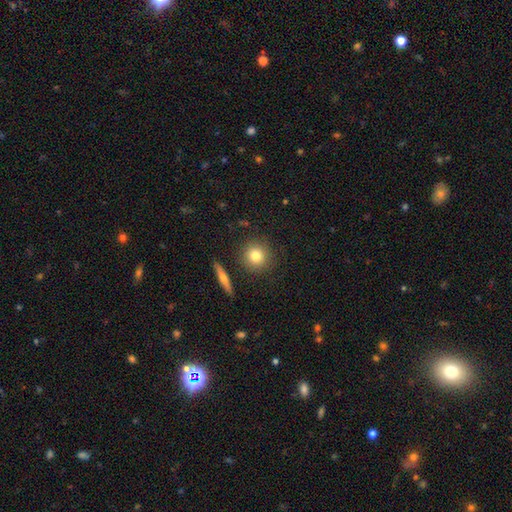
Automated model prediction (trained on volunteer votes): This is likely a smooth galaxy (80%). How rounded: clearly round (90%). Merging: clearly none (87%).